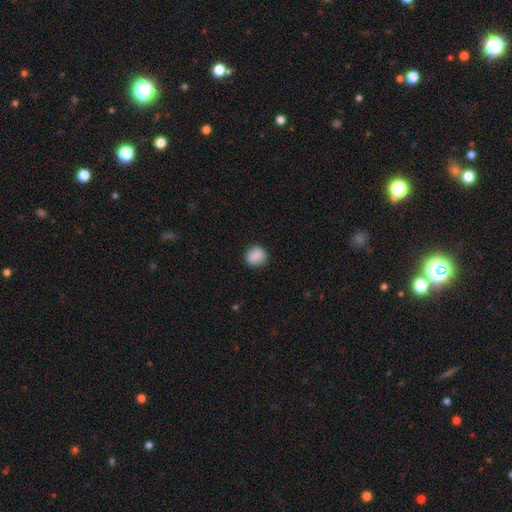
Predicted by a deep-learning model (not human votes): This appears to be a smooth galaxy with no disk features (89%) that is round (85%). Merging: none (87%).